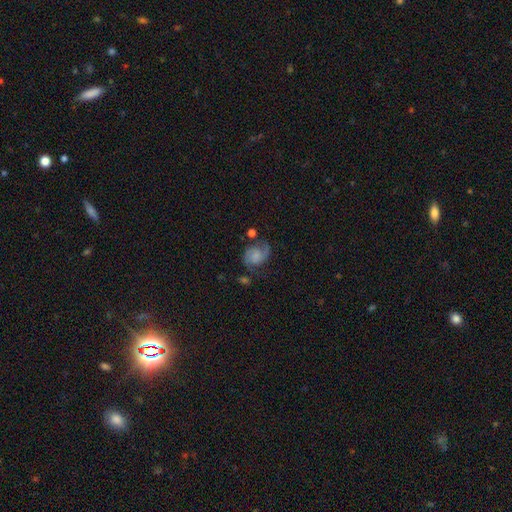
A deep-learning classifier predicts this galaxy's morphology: This is likely a featured or disk galaxy (67%). It is clearly not viewed edge-on (98%). Bar: likely no (68%). Spiral arm pattern: clearly yes (93%). Spiral arm count: clearly 2 (82%). Spiral winding: possibly medium (46%). Central bulge: possibly none (45%). Merging: possibly none (54%).